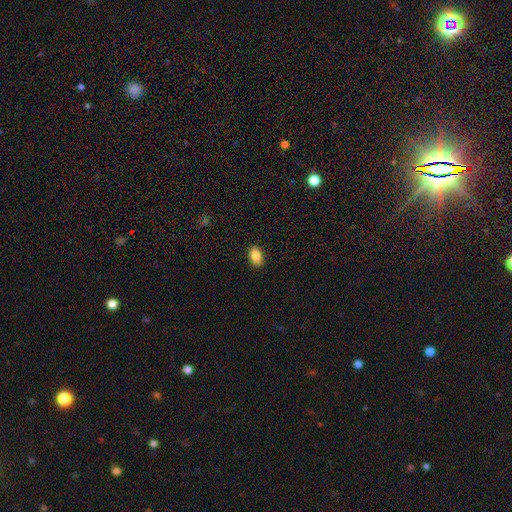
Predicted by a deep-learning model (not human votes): smooth_or_featured: smooth (p=0.86) [alt: star or artifact p=0.08]
how_rounded: in between (p=0.87) [alt: round p=0.12]
merging: none (p=0.90) [alt: minor disturbance p=0.07]